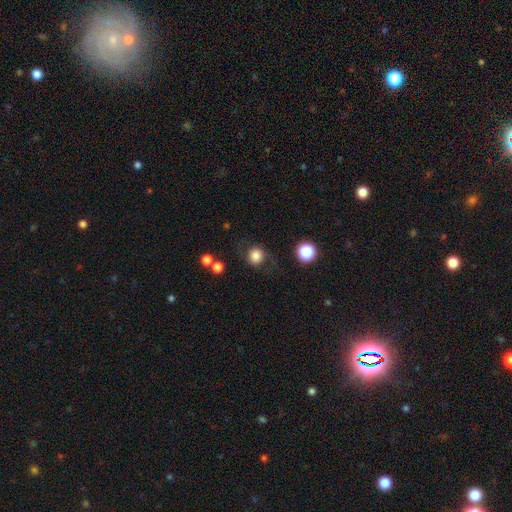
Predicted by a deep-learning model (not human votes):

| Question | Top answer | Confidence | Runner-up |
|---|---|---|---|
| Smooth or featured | smooth | 79% | star or artifact (11%) |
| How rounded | round | 85% | in between (14%) |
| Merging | none | 69% | minor disturbance (17%) |